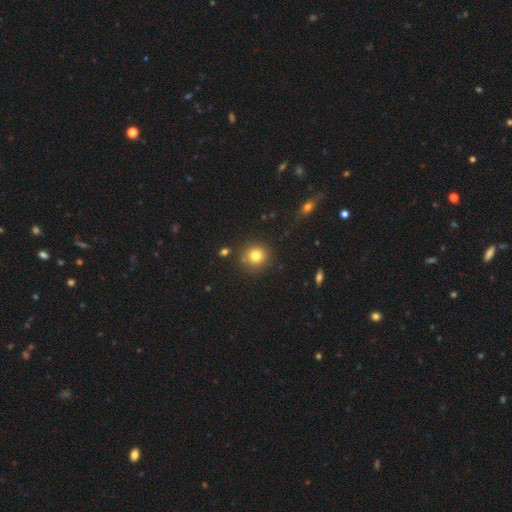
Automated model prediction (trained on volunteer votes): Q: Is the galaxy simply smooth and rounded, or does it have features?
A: smooth — 79%.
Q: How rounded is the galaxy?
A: round — 92%.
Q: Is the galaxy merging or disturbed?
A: none — 86%.